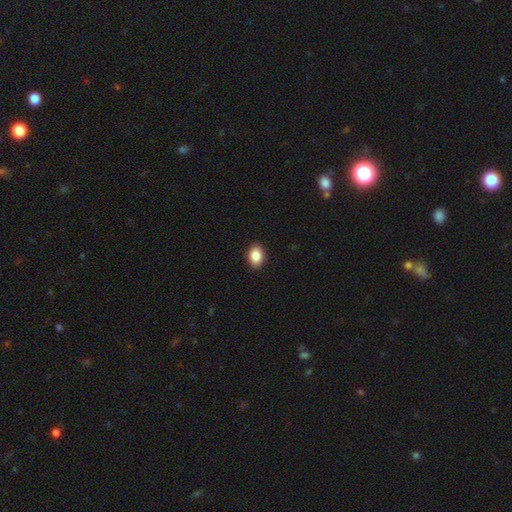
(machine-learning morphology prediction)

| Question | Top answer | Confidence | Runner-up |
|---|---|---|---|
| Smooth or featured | smooth | 87% | star or artifact (8%) |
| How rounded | in between | 79% | round (20%) |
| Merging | none | 91% | minor disturbance (7%) |